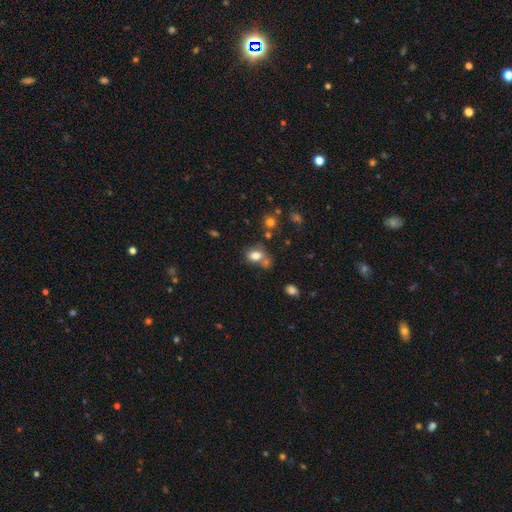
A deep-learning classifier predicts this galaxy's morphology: smooth-or-featured: smooth: 78% | star or artifact: 12% | featured or disk: 10%
  how-rounded: in between: 68% | round: 30% | cigar-shaped: 1%
  merging: none: 48% | merger: 29% | minor disturbance: 16% | major disturbance: 6%